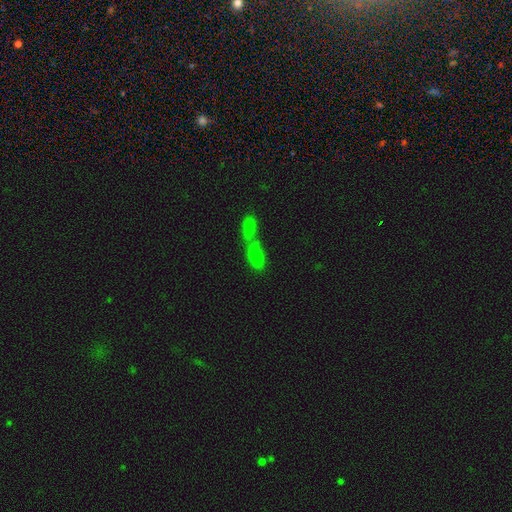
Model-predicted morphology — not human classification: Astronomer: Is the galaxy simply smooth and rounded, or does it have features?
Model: smooth — 79%.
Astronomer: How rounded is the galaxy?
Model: in between — 81%.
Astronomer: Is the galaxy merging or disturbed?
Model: merger — 70%.